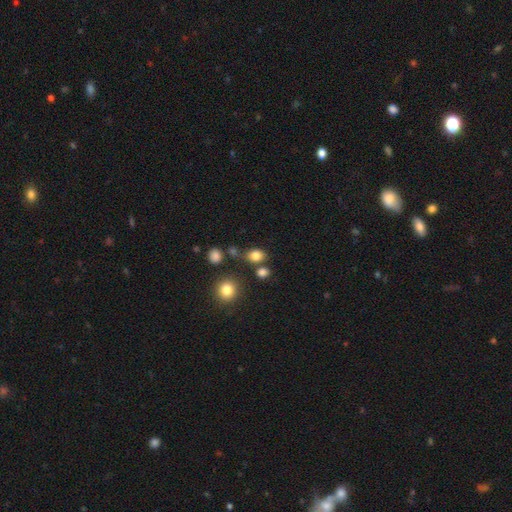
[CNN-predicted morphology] smooth_or_featured: smooth (p=0.81) [alt: star or artifact p=0.12]
how_rounded: in between (p=0.58) [alt: round p=0.41]
merging: none (p=0.66) [alt: merger p=0.14]